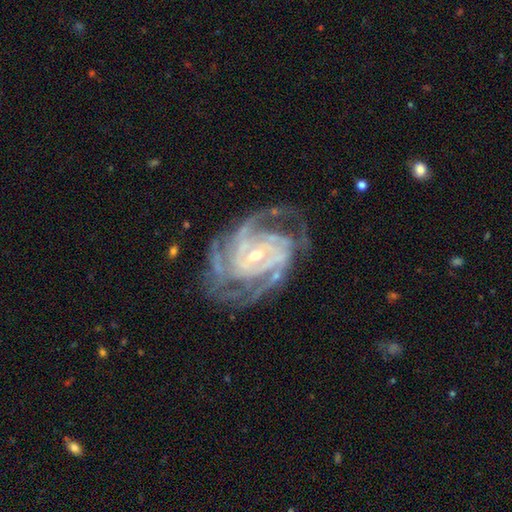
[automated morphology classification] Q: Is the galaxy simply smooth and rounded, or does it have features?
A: featured or disk — 91%.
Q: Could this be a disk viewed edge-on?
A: no — 97%.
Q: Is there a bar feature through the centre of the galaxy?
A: weak — 40%, tied with no.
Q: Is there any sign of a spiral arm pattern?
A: yes — 98%.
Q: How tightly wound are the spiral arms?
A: tight — 64%.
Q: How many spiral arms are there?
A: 3 — 24%.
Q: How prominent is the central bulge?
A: small — 60%.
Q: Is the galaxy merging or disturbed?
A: none — 66%.